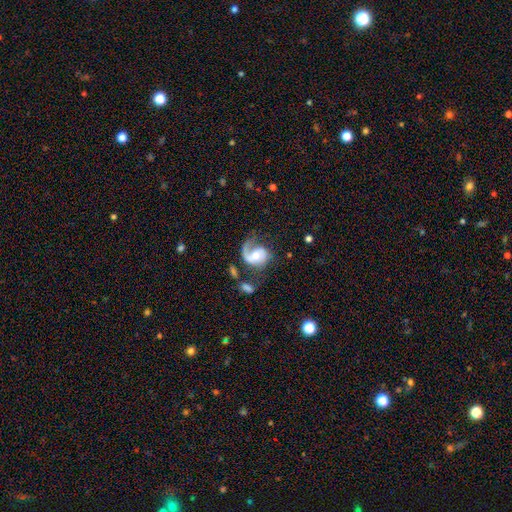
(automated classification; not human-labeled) This appears to be a featured or disk galaxy (83%) with no bar (59%), 1 (56%) medium (44%) spiral arms (95%) and a moderate central bulge (59%). Merging: none (45%).